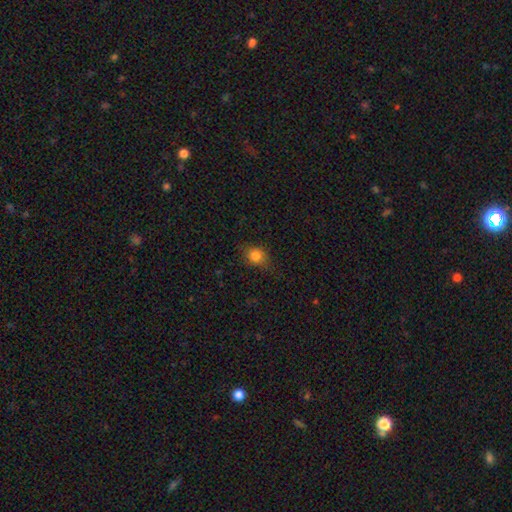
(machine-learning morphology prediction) The model was most divided on "how rounded": round: 71%, in between: 28%, cigar-shaped: 1%. More confident: smooth or featured — smooth (81%); merging — none (77%).